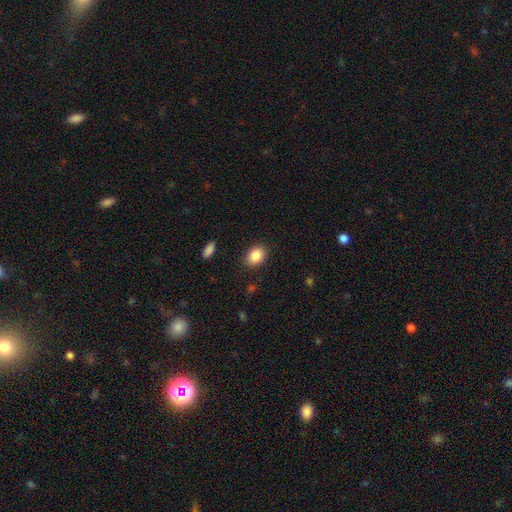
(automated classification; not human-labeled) Smooth or featured: smooth — 86% (star or artifact — 8%)
How rounded: in between — 67% (round — 32%)
Merging: none — 87% (minor disturbance — 9%)